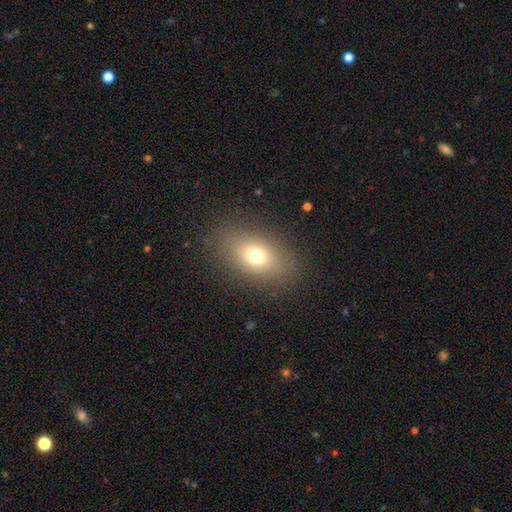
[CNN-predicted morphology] Smooth or featured?
  - smooth: 71% *
  - featured or disk: 15%
  - star or artifact: 14%
How rounded?
  - in between: 78% *
  - round: 20%
  - cigar-shaped: 2%
Merging?
  - none: 85% *
  - minor disturbance: 9%
  - major disturbance: 5%
  - merger: 1%